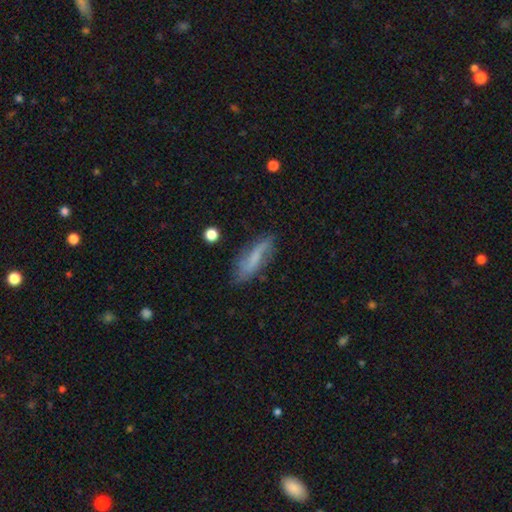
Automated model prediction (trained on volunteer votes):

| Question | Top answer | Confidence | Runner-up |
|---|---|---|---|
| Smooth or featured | smooth | 51% | featured or disk (41%) |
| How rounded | cigar-shaped | 53% | in between (45%) |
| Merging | none | 66% | minor disturbance (24%) |